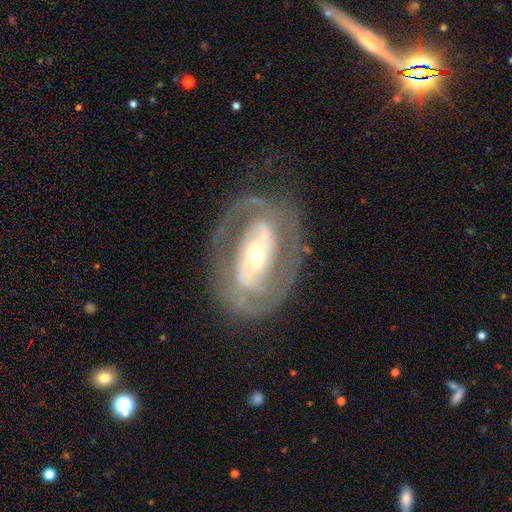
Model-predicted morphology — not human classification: smooth_or_featured: featured or disk (p=0.83) [alt: smooth p=0.12]
disk_edge_on: no (p=0.95) [alt: yes p=0.05]
bar: strong (p=0.40) [alt: weak p=0.30]
has_spiral_arms: yes (p=0.78) [alt: no p=0.22]
spiral_winding: tight (p=0.46) [alt: medium p=0.39]
spiral_arm_count: 2 (p=0.75) [alt: can't tell p=0.14]
bulge_size: moderate (p=0.53) [alt: small p=0.39]
merging: none (p=0.73) [alt: minor disturbance p=0.14]